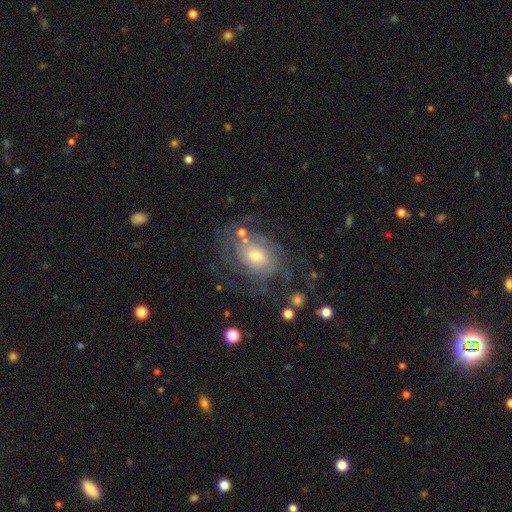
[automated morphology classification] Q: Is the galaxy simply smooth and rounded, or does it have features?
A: featured or disk — 83%.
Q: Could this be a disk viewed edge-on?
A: no — 97%.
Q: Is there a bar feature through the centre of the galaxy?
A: no — 63%.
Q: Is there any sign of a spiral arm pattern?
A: yes — 92%.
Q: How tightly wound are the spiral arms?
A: tight — 59%.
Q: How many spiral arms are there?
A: can't tell — 41%.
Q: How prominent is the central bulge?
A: moderate — 46%.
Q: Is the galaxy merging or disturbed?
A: none — 64%.